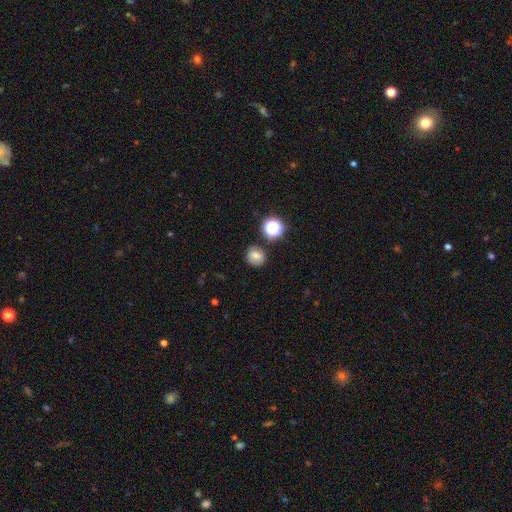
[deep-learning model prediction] A smooth galaxy with no disk features (70%) that is round (79%).

Vote fractions:
- Smooth or featured? smooth: 70% / star or artifact: 19% / featured or disk: 11%
- How rounded? round: 79% / in between: 20% / cigar-shaped: 1%
- Merging? none: 83% / minor disturbance: 9% / merger: 5% / major disturbance: 3%